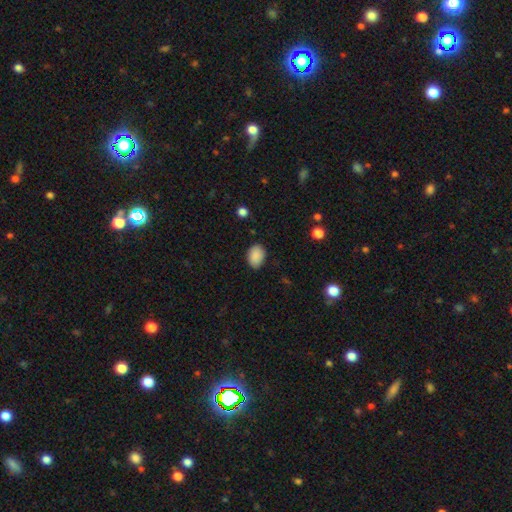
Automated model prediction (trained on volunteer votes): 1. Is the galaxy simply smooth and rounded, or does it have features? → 89% smooth, 8% star or artifact, 3% featured or disk.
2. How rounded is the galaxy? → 80% in between, 19% round, 1% cigar-shaped.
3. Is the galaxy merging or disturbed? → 84% none, 12% minor disturbance, 3% major disturbance, 1% merger.